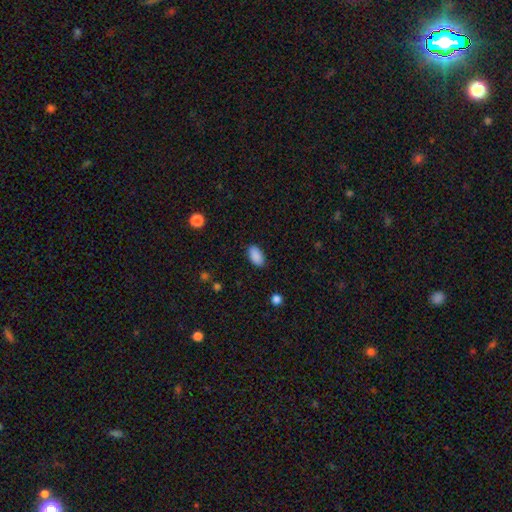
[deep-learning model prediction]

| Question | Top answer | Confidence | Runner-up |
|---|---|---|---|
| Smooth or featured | smooth | 89% | star or artifact (7%) |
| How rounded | in between | 94% | round (4%) |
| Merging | none | 88% | minor disturbance (9%) |